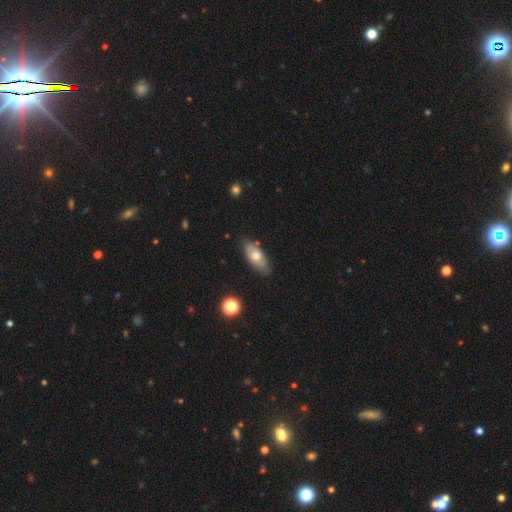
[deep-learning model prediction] A smooth galaxy with no disk features (64%) that is in between round and cigar-shaped (84%). Merging: none (77%).